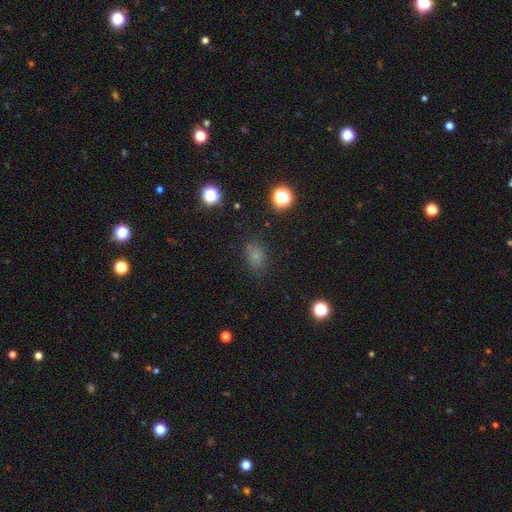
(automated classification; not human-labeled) The model was most divided on "how rounded": in between: 72%, round: 26%, cigar-shaped: 2%. More confident: merging — none (79%); smooth or featured — smooth (73%).